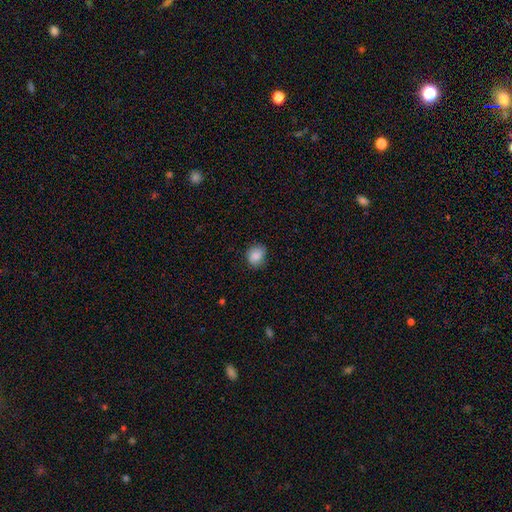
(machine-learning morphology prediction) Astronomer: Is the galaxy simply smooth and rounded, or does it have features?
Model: smooth — 84%.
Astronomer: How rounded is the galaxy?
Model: round — 64%.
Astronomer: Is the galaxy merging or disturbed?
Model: none — 78%.